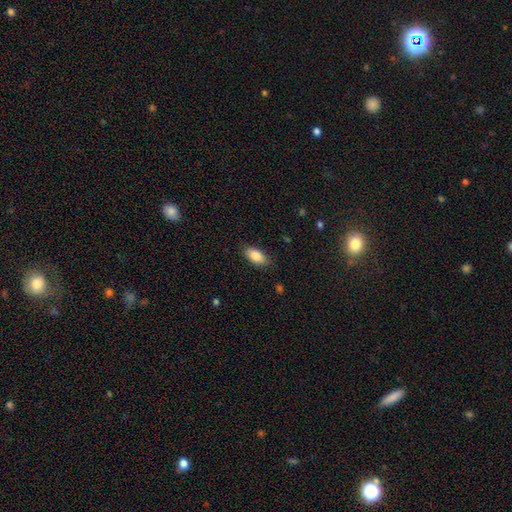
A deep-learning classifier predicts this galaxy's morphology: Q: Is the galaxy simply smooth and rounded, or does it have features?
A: smooth — 86%.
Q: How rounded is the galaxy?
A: in between — 91%.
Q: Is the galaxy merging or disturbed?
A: none — 85%.